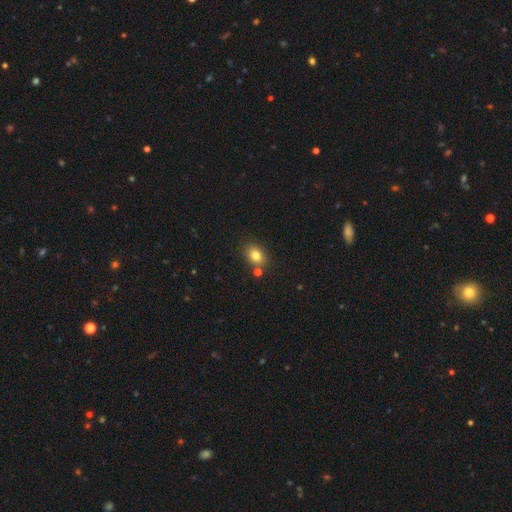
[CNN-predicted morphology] A smooth galaxy with no disk features (80%) that is in between round and cigar-shaped (62%).

Vote fractions:
- Smooth or featured? smooth: 80% / star or artifact: 12% / featured or disk: 9%
- How rounded? in between: 62% / round: 36% / cigar-shaped: 1%
- Merging? none: 75% / minor disturbance: 12% / merger: 10% / major disturbance: 3%